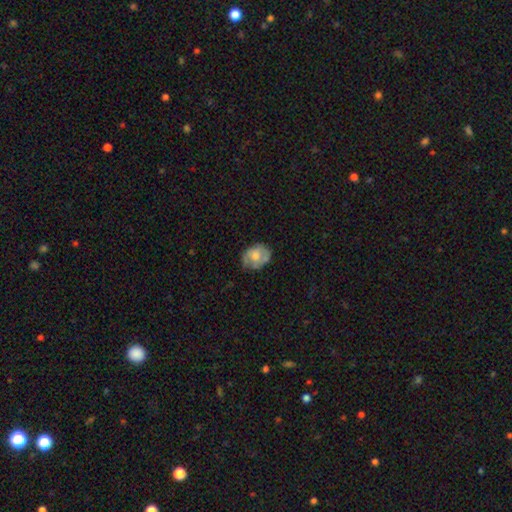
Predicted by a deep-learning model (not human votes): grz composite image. It shows a smooth galaxy with no disk features (51%) that is in between round and cigar-shaped (56%). Merging: none (57%).